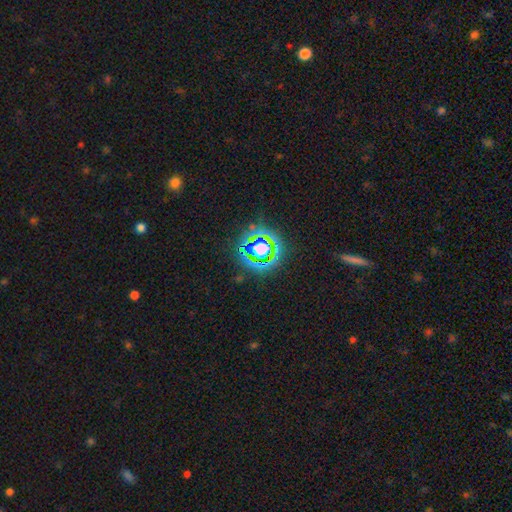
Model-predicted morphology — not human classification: Q: Smooth or featured?
A: star or artifact (61%); runner-up: smooth (25%)